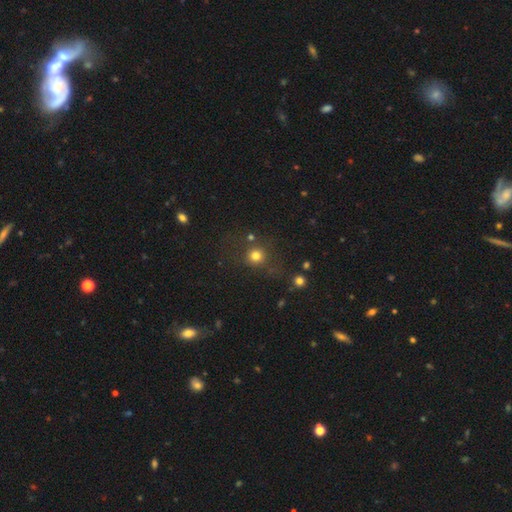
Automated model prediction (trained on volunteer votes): Smooth or featured? smooth (76%)
How rounded? round (90%)
Merging? none (74%)